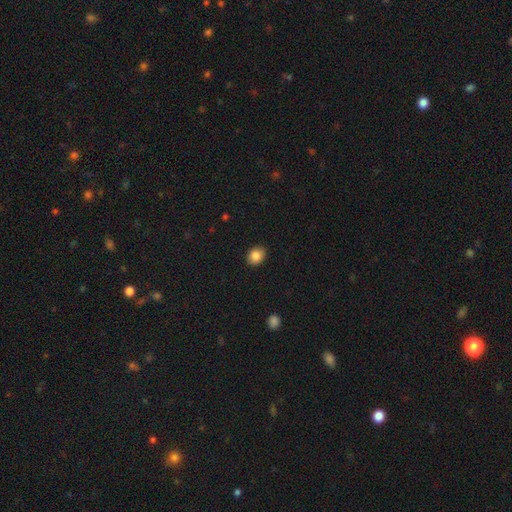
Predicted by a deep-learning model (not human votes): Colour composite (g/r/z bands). It shows a smooth galaxy with no disk features (86%) that is in between round and cigar-shaped (50%). Merging: none (90%).